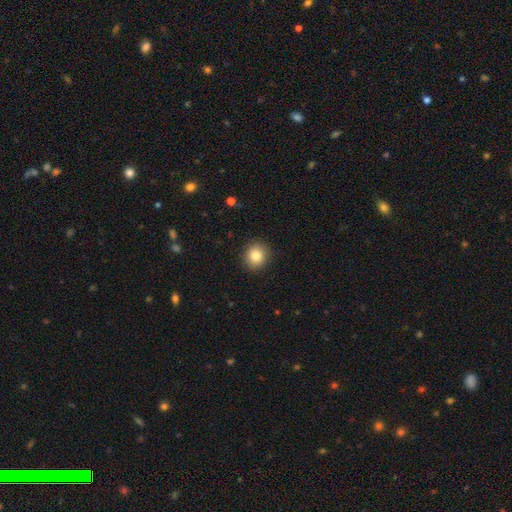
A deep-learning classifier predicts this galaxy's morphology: This appears to be a smooth galaxy with no disk features (83%) that is round (84%). Merging: none (90%).